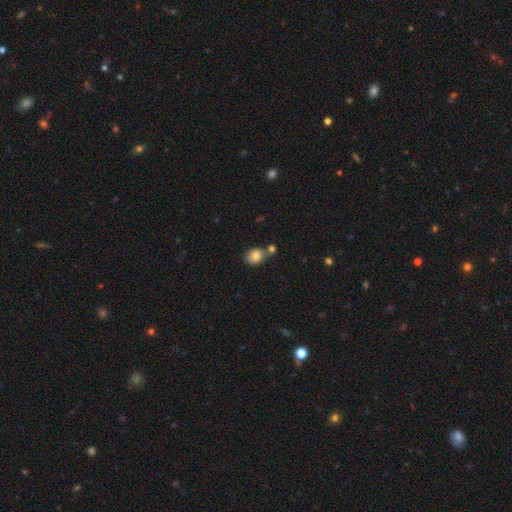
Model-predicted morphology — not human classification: smooth 81%, featured or disk 9%, star or artifact 9%. Down the decision tree: how rounded — in between (55%); merging — none (58%).